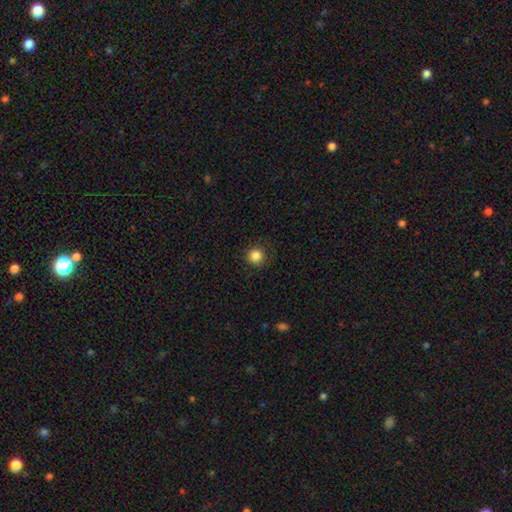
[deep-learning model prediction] Smooth or featured?
  - smooth: 85% *
  - star or artifact: 11%
  - featured or disk: 4%
How rounded?
  - round: 95% *
  - in between: 4%
  - cigar-shaped: 1%
Merging?
  - none: 89% *
  - minor disturbance: 7%
  - major disturbance: 3%
  - merger: 1%